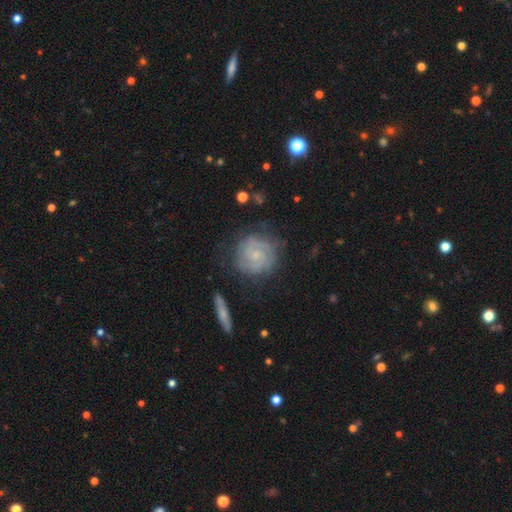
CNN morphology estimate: Q: Smooth or featured?
A: featured or disk (77%); runner-up: smooth (16%)
Q: Edge-on disk?
A: no (98%); runner-up: yes (2%)
Q: Bar?
A: no (64%); runner-up: weak (31%)
Q: Spiral arms?
A: yes (94%); runner-up: no (6%)
Q: Spiral winding?
A: tight (66%); runner-up: medium (28%)
Q: Spiral arm count?
A: 2 (53%); runner-up: can't tell (22%)
Q: Bulge size?
A: small (69%); runner-up: moderate (18%)
Q: Merging?
A: none (75%); runner-up: minor disturbance (16%)